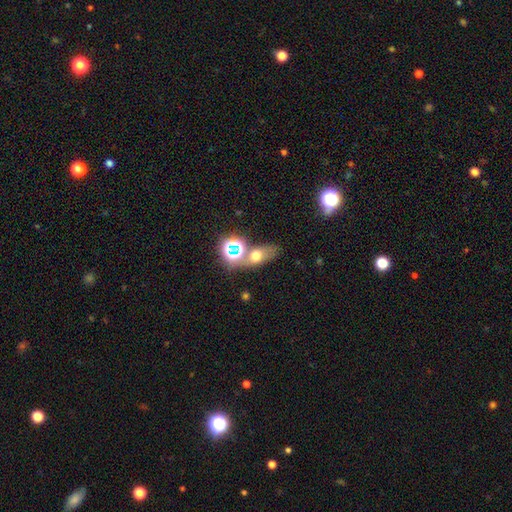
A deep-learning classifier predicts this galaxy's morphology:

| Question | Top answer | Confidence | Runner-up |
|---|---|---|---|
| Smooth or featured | smooth | 54% | star or artifact (27%) |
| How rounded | in between | 69% | round (25%) |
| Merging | none | 51% | merger (28%) |